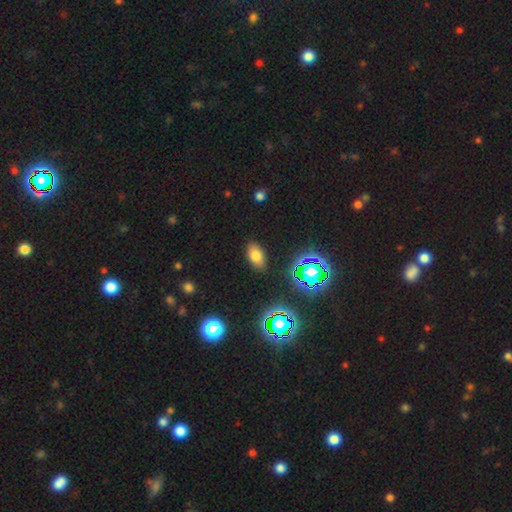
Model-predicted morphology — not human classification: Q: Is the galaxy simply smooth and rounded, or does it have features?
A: smooth — 70%.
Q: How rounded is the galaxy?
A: in between — 90%.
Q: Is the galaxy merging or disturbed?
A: none — 87%.